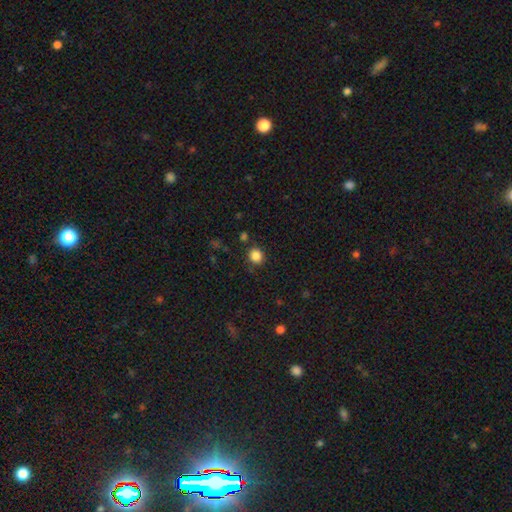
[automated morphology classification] This is clearly a smooth galaxy (85%). How rounded: clearly round (85%). Merging: clearly none (85%).